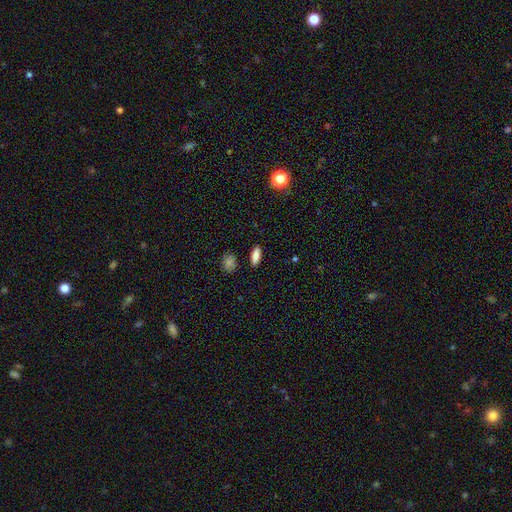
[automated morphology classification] smooth-or-featured: smooth: 83% | featured or disk: 9% | star or artifact: 8%
  how-rounded: in between: 69% | cigar-shaped: 28% | round: 3%
  merging: none: 88% | minor disturbance: 8% | major disturbance: 2% | merger: 2%